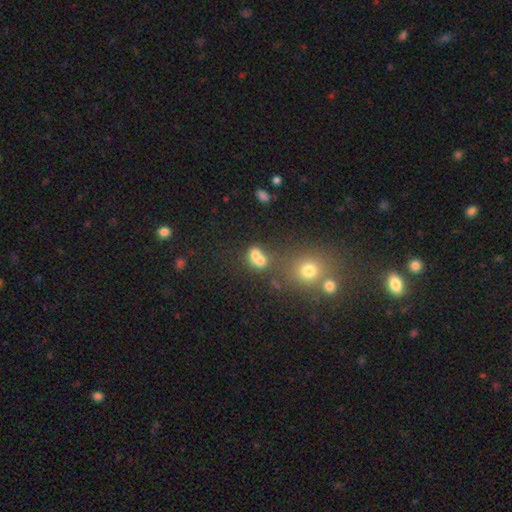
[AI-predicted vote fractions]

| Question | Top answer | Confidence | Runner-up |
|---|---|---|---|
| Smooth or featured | smooth | 68% | featured or disk (17%) |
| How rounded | in between | 57% | round (41%) |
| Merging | merger | 58% | none (26%) |